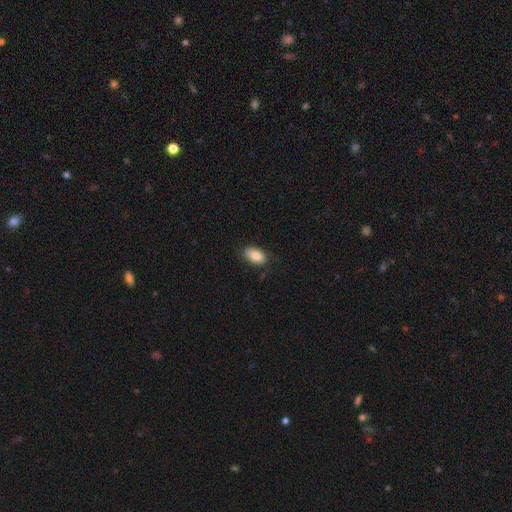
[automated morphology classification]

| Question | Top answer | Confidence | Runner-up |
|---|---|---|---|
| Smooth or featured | smooth | 85% | featured or disk (8%) |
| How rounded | in between | 92% | round (7%) |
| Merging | none | 81% | minor disturbance (15%) |